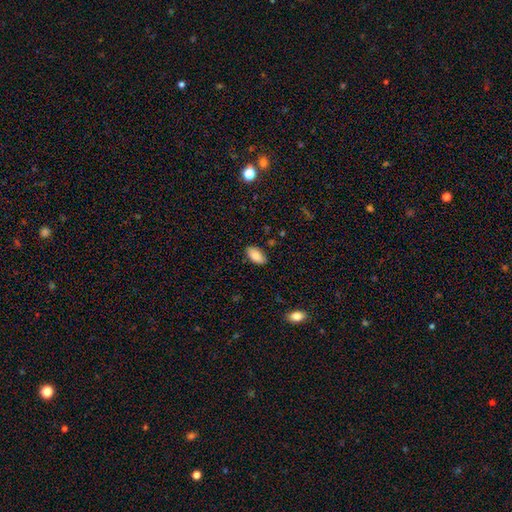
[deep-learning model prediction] Morphology: type=smooth (87%); roundness=in between (94%); merging=none (85%).